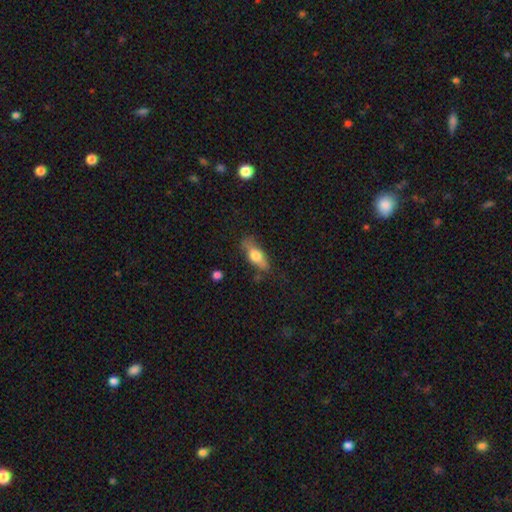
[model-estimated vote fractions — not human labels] smooth-or-featured: smooth: 64% | featured or disk: 29% | star or artifact: 7%
  how-rounded: in between: 66% | cigar-shaped: 30% | round: 4%
  merging: none: 67% | minor disturbance: 22% | major disturbance: 7% | merger: 3%